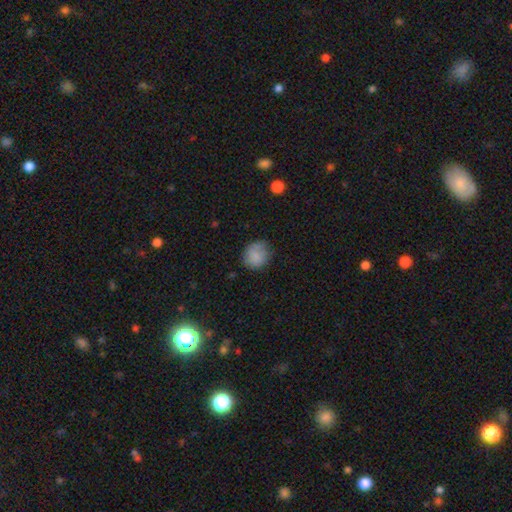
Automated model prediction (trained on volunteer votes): smooth_or_featured: smooth (p=0.83) [alt: star or artifact p=0.08]
how_rounded: round (p=0.79) [alt: in between p=0.20]
merging: none (p=0.71) [alt: minor disturbance p=0.22]